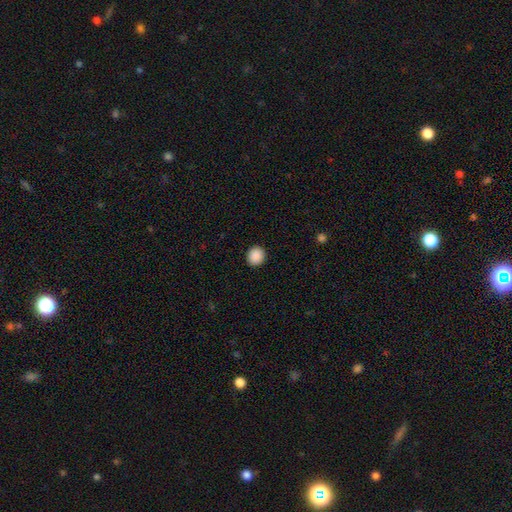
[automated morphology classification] A smooth galaxy with no disk features (89%) that is round (88%).

Vote fractions:
- Smooth or featured? smooth: 89% / star or artifact: 9% / featured or disk: 2%
- How rounded? round: 88% / in between: 11% / cigar-shaped: 1%
- Merging? none: 92% / minor disturbance: 5% / major disturbance: 2% / merger: 1%